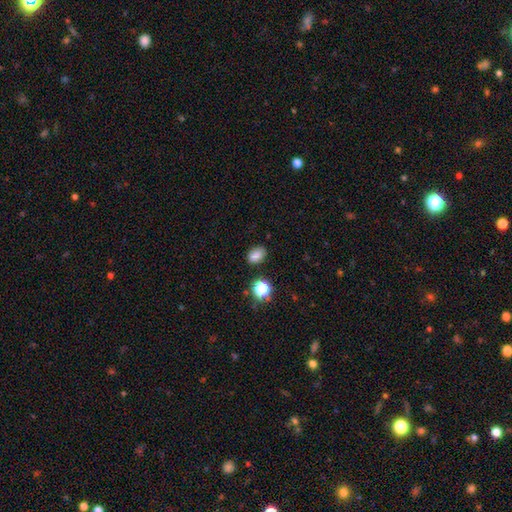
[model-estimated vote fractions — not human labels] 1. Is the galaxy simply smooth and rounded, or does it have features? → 77% smooth, 16% star or artifact, 7% featured or disk.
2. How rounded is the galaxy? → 73% in between, 26% round, 1% cigar-shaped.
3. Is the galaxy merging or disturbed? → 77% none, 15% minor disturbance, 4% merger, 4% major disturbance.